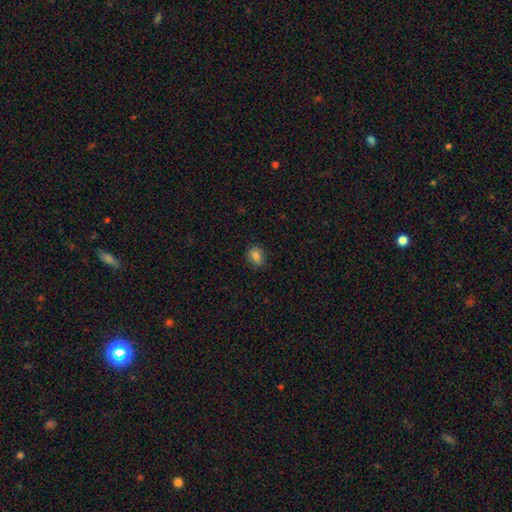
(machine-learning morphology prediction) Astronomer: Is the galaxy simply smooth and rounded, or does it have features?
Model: smooth — 83%.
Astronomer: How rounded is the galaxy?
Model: in between — 50% (runner-up: round, 49%).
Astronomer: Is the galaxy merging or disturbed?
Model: none — 84%.